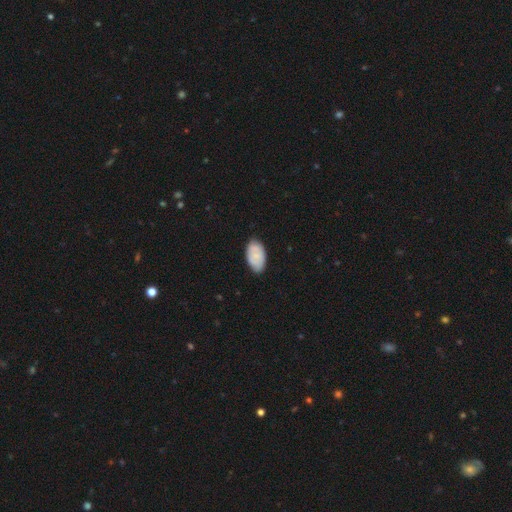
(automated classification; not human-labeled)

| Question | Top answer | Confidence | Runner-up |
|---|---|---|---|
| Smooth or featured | smooth | 75% | featured or disk (19%) |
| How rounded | in between | 94% | round (5%) |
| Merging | none | 78% | minor disturbance (18%) |